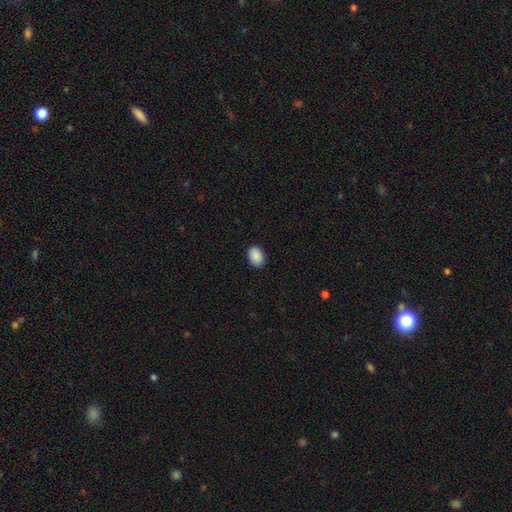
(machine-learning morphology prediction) smooth 90%, star or artifact 7%, featured or disk 3%. Down the decision tree: how rounded — in between (81%); merging — none (89%).